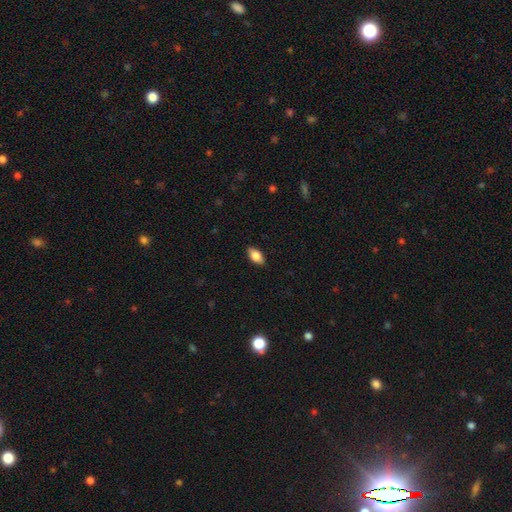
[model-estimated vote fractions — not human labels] This appears to be a smooth galaxy with no disk features (84%) that is in between round and cigar-shaped (92%). Merging: none (88%).